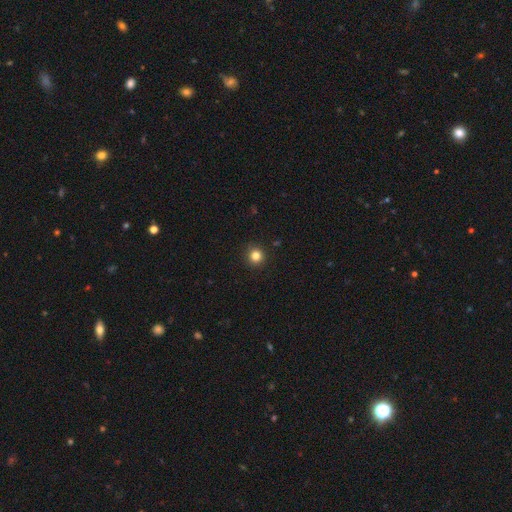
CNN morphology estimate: This is clearly a smooth galaxy (82%). How rounded: clearly round (95%). Merging: clearly none (93%).